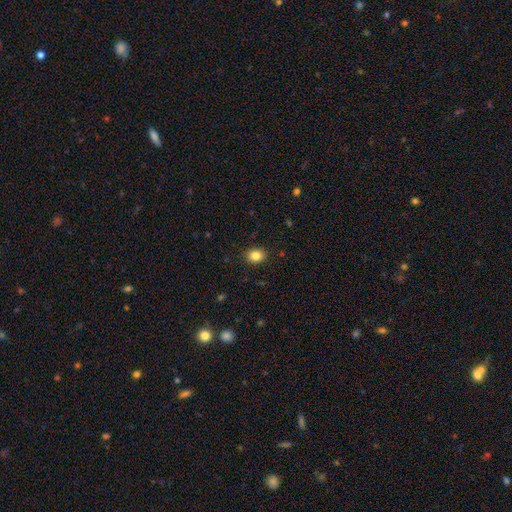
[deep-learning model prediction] Q: Smooth or featured?
A: smooth (84%); runner-up: star or artifact (10%)
Q: How rounded?
A: round (54%); runner-up: in between (45%)
Q: Merging?
A: none (89%); runner-up: minor disturbance (8%)